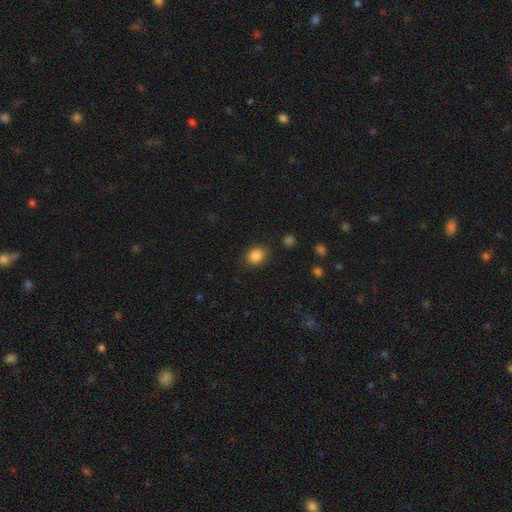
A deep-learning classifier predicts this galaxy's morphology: Smooth or featured: smooth — 86% (star or artifact — 10%)
How rounded: round — 61% (in between — 39%)
Merging: none — 86% (minor disturbance — 9%)